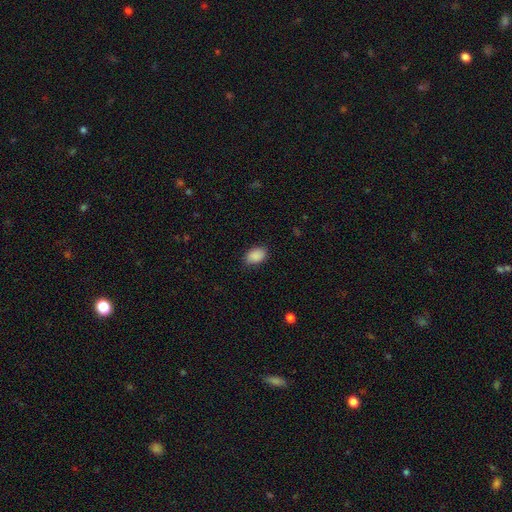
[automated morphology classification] This is clearly a smooth galaxy (90%). How rounded: clearly in between (86%). Merging: clearly none (85%).